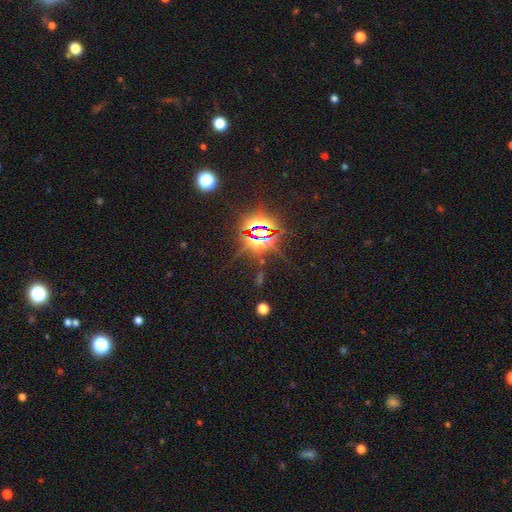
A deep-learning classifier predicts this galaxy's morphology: A star or artifact, not a galaxy (83%).